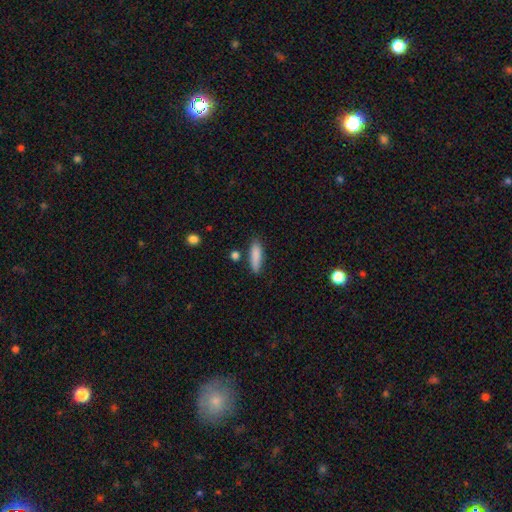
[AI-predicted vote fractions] The model was most divided on "how rounded": cigar-shaped: 64%, in between: 34%, round: 2%. More confident: smooth or featured — smooth (85%); merging — none (78%).